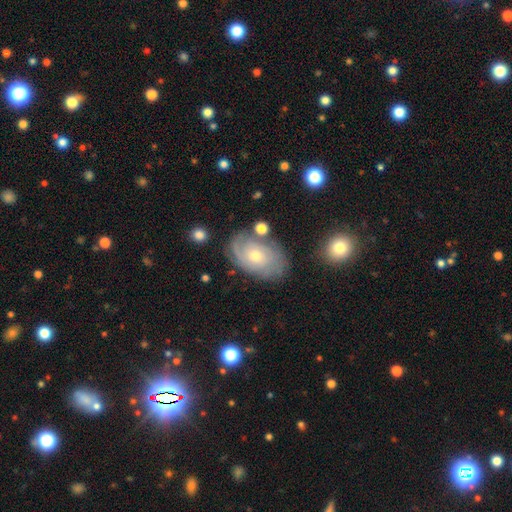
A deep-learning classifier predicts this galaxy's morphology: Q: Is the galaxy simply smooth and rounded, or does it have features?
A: featured or disk — 72%.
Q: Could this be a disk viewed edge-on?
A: no — 95%.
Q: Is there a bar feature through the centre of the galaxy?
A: no — 78%.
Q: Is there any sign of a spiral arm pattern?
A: yes — 86%.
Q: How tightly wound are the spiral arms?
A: tight — 66%.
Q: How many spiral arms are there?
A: can't tell — 44%.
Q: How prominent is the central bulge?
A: small — 49%.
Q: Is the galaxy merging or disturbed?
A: none — 70%.